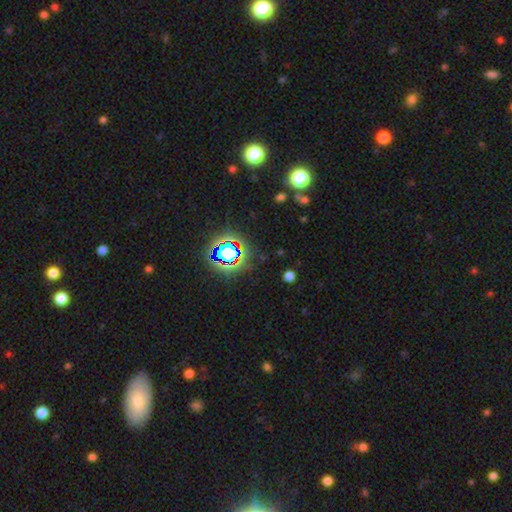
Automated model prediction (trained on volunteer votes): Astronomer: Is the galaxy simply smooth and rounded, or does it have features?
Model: star or artifact — 76%.